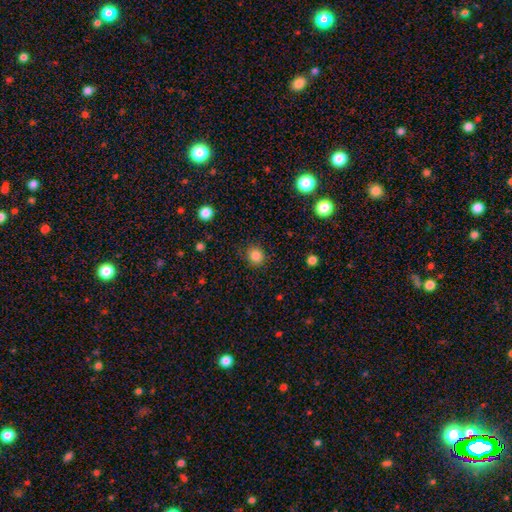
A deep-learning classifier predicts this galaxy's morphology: Q: Smooth or featured?
A: smooth (85%); runner-up: star or artifact (12%)
Q: How rounded?
A: round (84%); runner-up: in between (15%)
Q: Merging?
A: none (86%); runner-up: minor disturbance (9%)